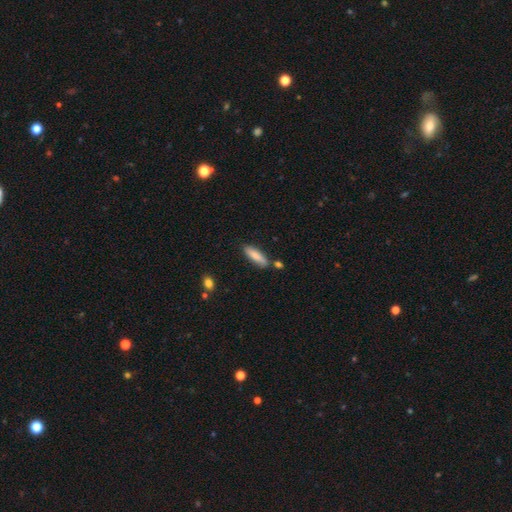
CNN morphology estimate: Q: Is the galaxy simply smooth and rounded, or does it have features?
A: smooth — 82%.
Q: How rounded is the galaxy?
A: cigar-shaped — 57%.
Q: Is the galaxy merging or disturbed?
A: none — 74%.